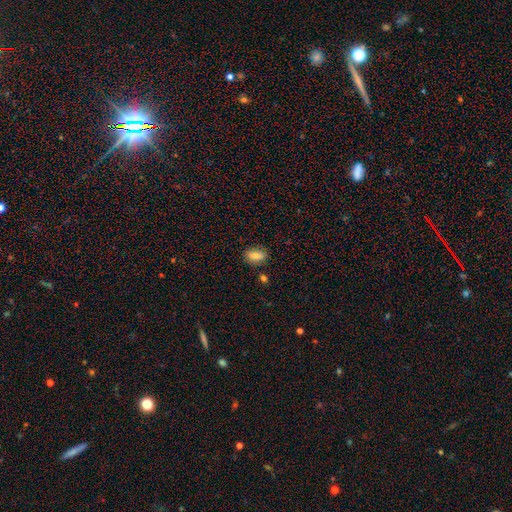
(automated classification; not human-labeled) Overall: smooth (77%). How rounded: in between (80%). Merging: none (82%).